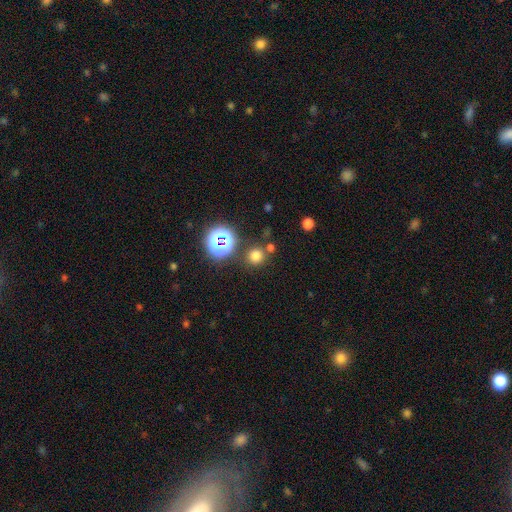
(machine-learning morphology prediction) This is likely a smooth galaxy (70%). How rounded: clearly round (92%). Merging: likely none (79%).